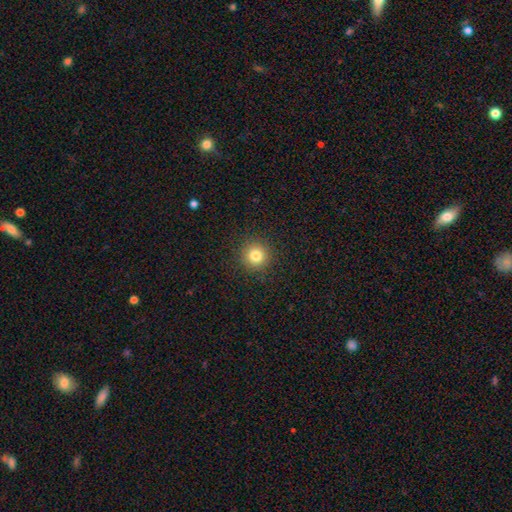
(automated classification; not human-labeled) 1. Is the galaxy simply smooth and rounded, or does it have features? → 81% smooth, 13% star or artifact, 6% featured or disk.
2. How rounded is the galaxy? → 95% round, 4% in between, 1% cigar-shaped.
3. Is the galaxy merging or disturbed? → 92% none, 5% minor disturbance, 2% major disturbance, 1% merger.